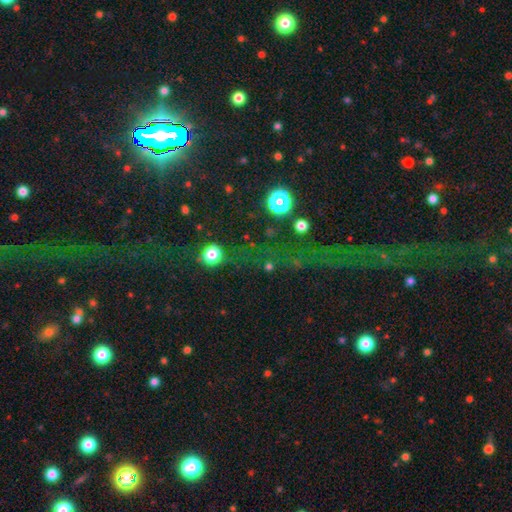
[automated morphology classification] Overall: star or artifact (65%).